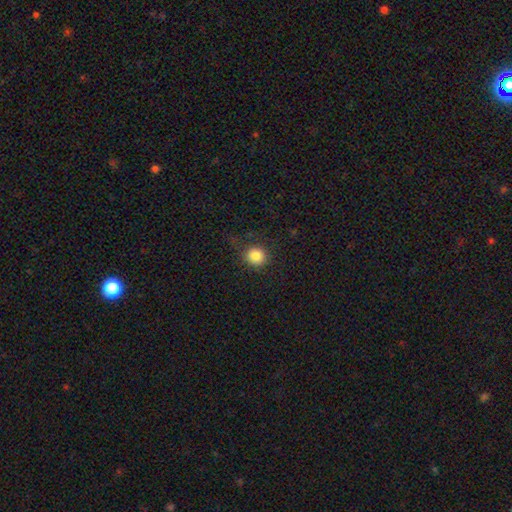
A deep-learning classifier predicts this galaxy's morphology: type=smooth (84%); roundness=round (91%); merging=none (82%).